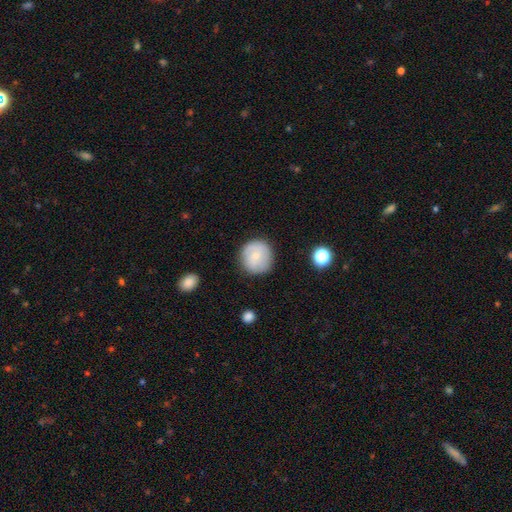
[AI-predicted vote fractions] Overall: smooth (69%). How rounded: round (93%). Merging: none (83%).